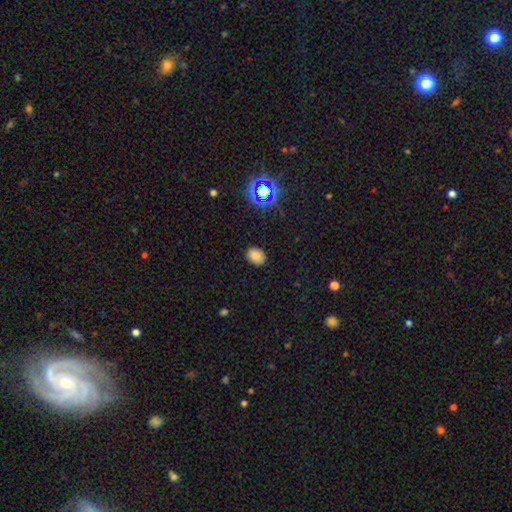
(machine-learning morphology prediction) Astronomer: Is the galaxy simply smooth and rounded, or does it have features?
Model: smooth — 79%.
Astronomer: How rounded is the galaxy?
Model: in between — 68%.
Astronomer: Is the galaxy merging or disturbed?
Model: none — 87%.